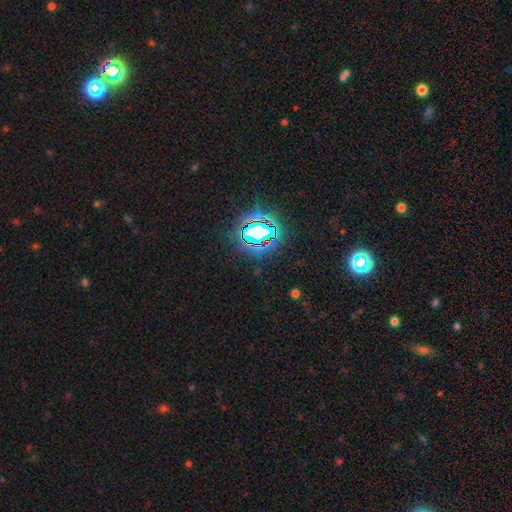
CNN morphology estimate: A star or artifact, not a galaxy (80%).

Vote fractions:
- Smooth or featured? star or artifact: 80% / smooth: 12% / featured or disk: 8%